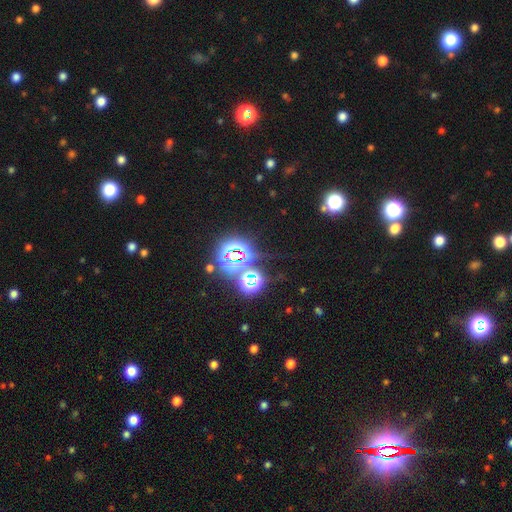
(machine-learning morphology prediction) This is likely a star or artifact rather than a galaxy (77%).